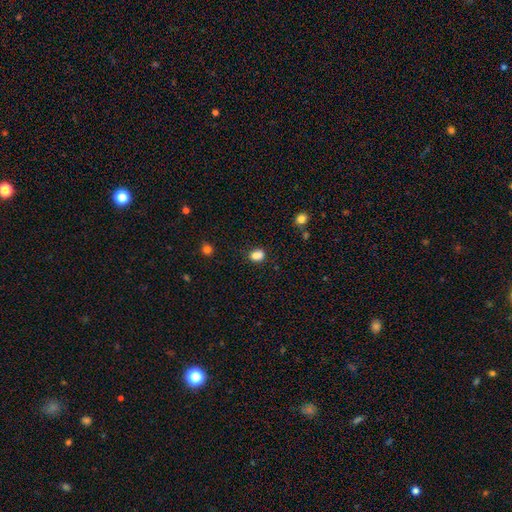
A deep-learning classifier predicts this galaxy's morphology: smooth_or_featured: smooth (p=0.80) [alt: star or artifact p=0.12]
how_rounded: in between (p=0.51) [alt: round p=0.48]
merging: none (p=0.53) [alt: merger p=0.25]